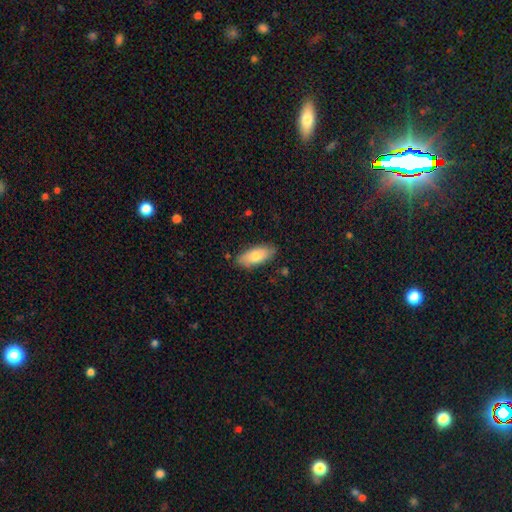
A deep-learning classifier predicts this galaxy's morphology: Q: Smooth or featured?
A: smooth (77%); runner-up: featured or disk (17%)
Q: How rounded?
A: in between (84%); runner-up: cigar-shaped (14%)
Q: Merging?
A: none (83%); runner-up: minor disturbance (14%)